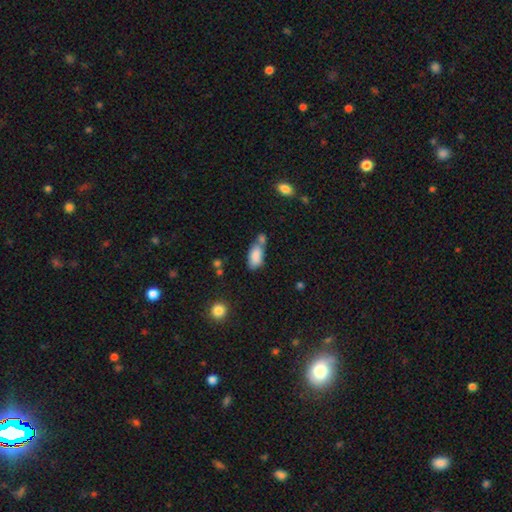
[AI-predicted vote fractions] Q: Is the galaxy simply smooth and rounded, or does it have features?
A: smooth — 83%.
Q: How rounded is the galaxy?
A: in between — 88%.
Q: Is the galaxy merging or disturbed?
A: merger — 38%.